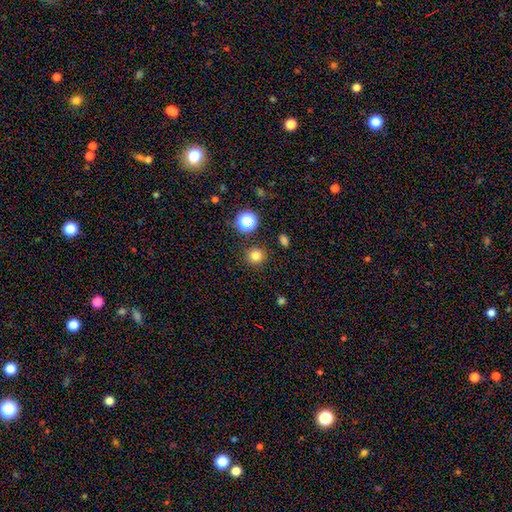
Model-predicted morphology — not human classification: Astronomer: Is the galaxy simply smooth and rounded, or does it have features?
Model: smooth — 80%.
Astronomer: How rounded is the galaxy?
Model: round — 93%.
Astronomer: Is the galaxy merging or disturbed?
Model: none — 90%.